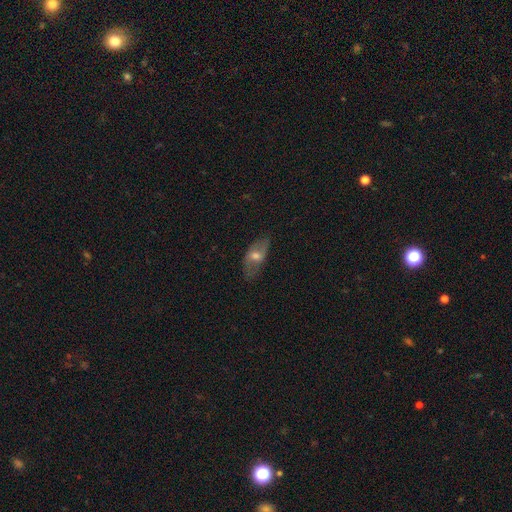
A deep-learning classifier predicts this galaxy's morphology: Smooth or featured: featured or disk — 47% (smooth — 45%)
Merging: none — 73% (minor disturbance — 20%)